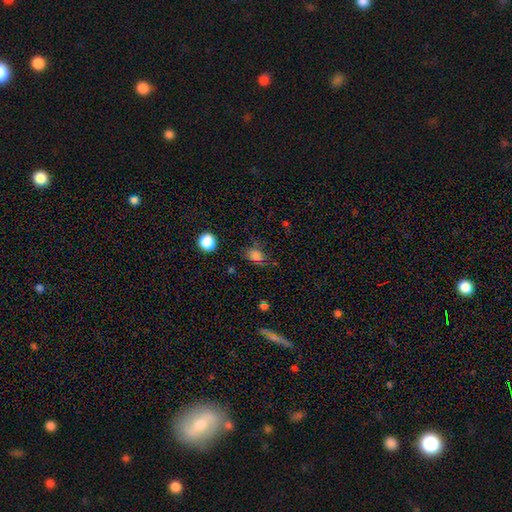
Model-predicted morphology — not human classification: Smooth or featured?
  - smooth: 73% *
  - star or artifact: 20%
  - featured or disk: 7%
How rounded?
  - in between: 60% *
  - round: 38%
  - cigar-shaped: 2%
Merging?
  - none: 69% *
  - minor disturbance: 20%
  - major disturbance: 8%
  - merger: 3%